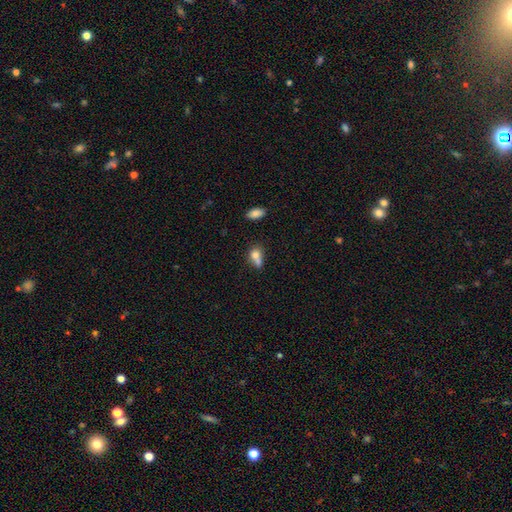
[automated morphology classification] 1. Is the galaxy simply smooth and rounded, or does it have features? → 73% smooth, 16% featured or disk, 11% star or artifact.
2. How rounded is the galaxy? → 52% in between, 43% round, 5% cigar-shaped.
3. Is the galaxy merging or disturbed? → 45% merger, 30% none, 16% minor disturbance, 9% major disturbance.